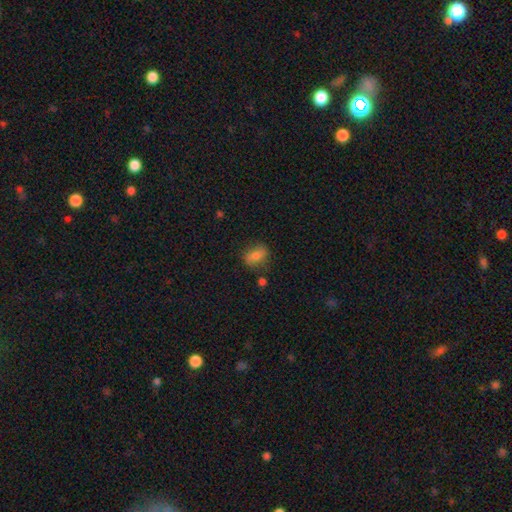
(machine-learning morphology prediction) Smooth or featured: smooth — 74% (featured or disk — 16%)
How rounded: in between — 74% (round — 23%)
Merging: none — 67% (minor disturbance — 21%)